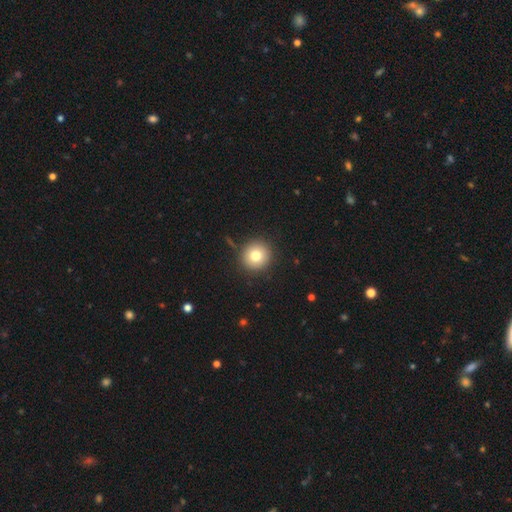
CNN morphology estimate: type=smooth (79%); roundness=round (94%); merging=none (89%).